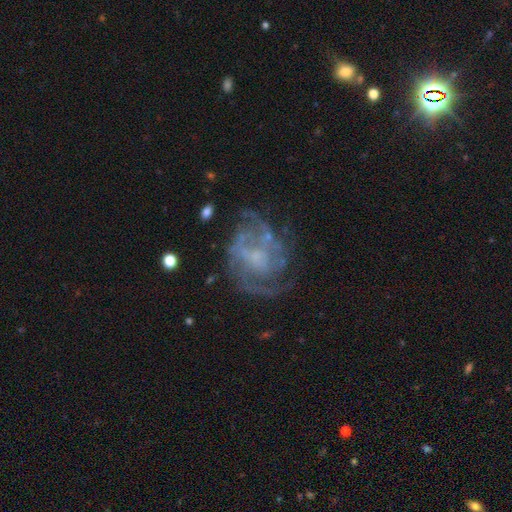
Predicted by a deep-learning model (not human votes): This appears to be a featured or disk galaxy (79%) with no bar (62%), medium (44%) spiral arms (81%) and a small central bulge (38%). Merging: none (57%).